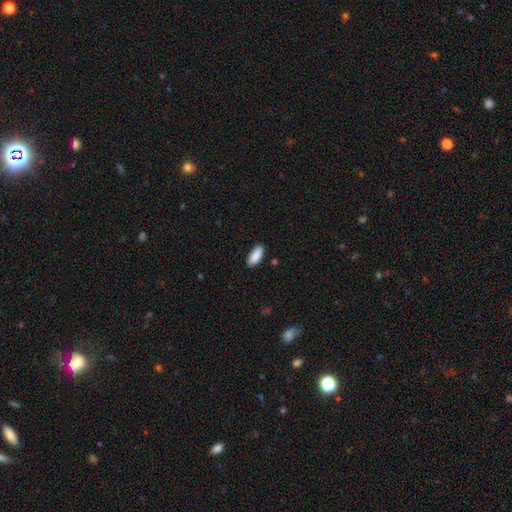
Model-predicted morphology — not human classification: Smooth or featured? smooth (90%)
How rounded? in between (84%)
Merging? none (87%)